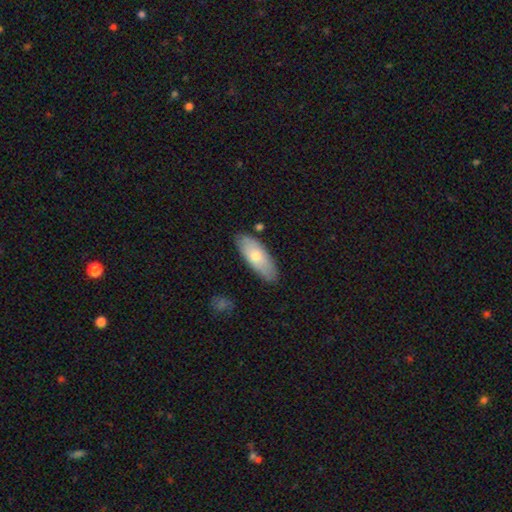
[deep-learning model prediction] This appears to be a smooth galaxy with no disk features (67%) that is in between round and cigar-shaped (75%). Merging: none (83%).